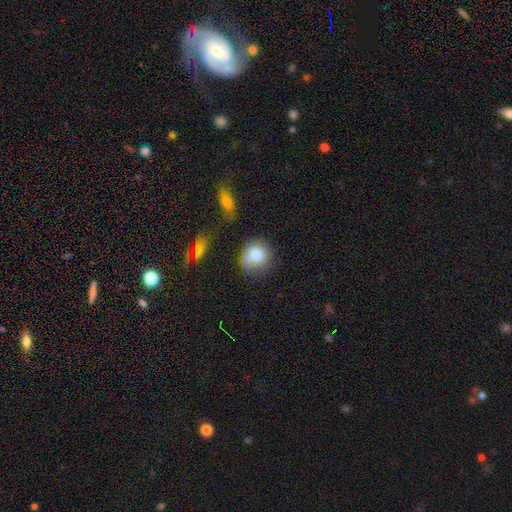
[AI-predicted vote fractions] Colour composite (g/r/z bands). It shows a smooth galaxy with no disk features (78%) that is round (75%). Merging: none (55%).